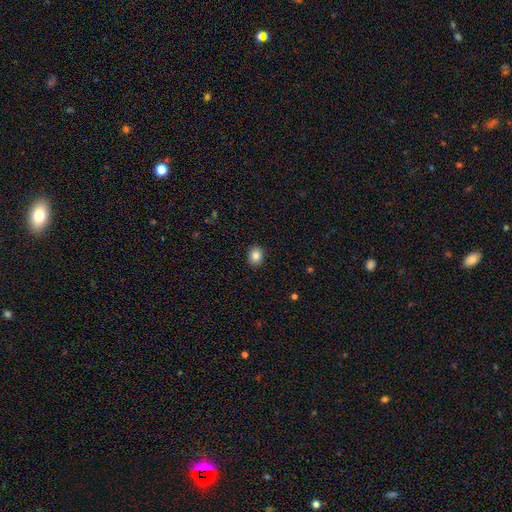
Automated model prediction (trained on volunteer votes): Morphology: type=smooth (85%); roundness=round (61%); merging=none (90%).